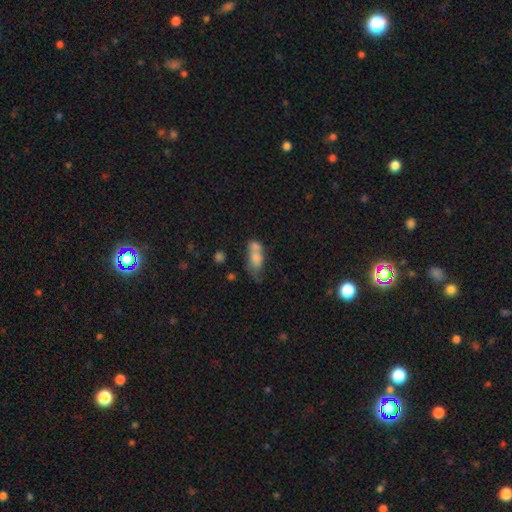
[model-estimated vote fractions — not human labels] The model was most divided on "merging": merger: 42%, none: 26%, minor disturbance: 19%, major disturbance: 14%. More confident: how rounded — in between (78%); smooth or featured — smooth (68%).